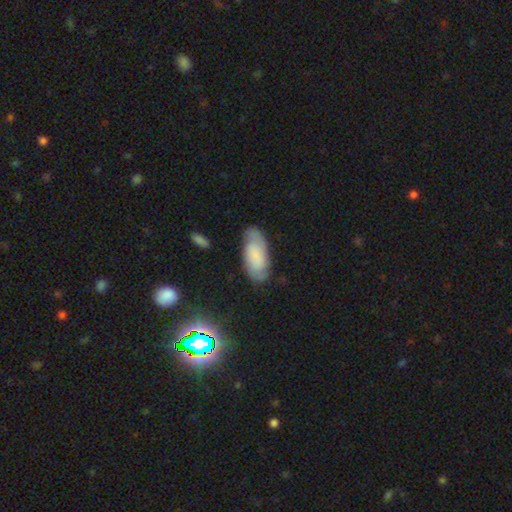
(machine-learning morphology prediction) This appears to be a smooth galaxy with no disk features (48%). Merging: none (74%).